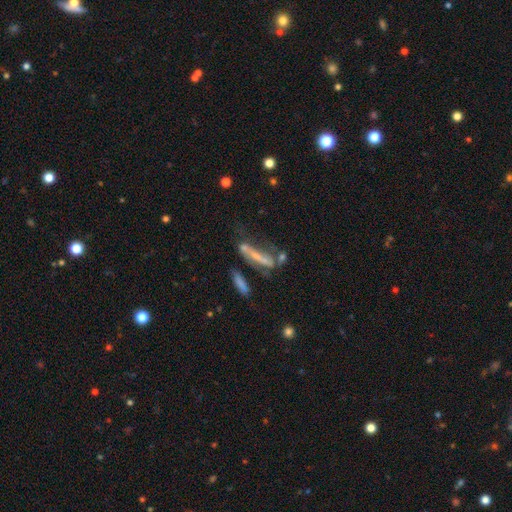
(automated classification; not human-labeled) Q: Smooth or featured?
A: featured or disk (49%); runner-up: smooth (37%)
Q: Merging?
A: none (36%); runner-up: merger (24%)